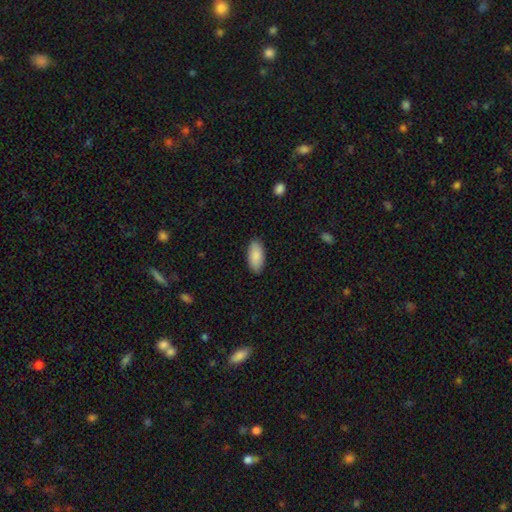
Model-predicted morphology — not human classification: The model was most divided on "merging": none: 88%, minor disturbance: 9%, major disturbance: 2%, merger: 1%. More confident: how rounded — in between (92%); smooth or featured — smooth (89%).